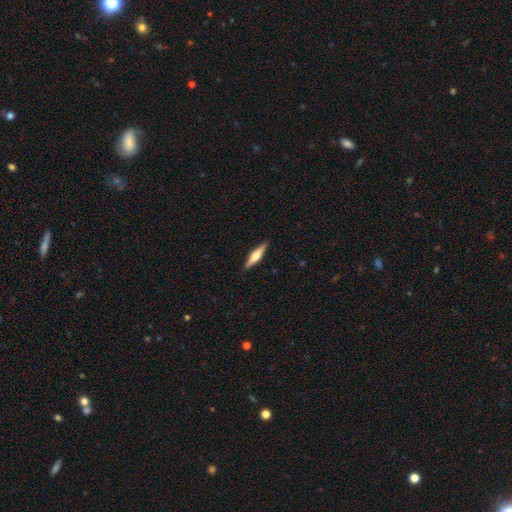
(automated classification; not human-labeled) Overall: featured or disk (57%; smooth 38%). Edge-on disk: yes (96%). Edge-on bulge: rounded (89%). Merging: none (90%).